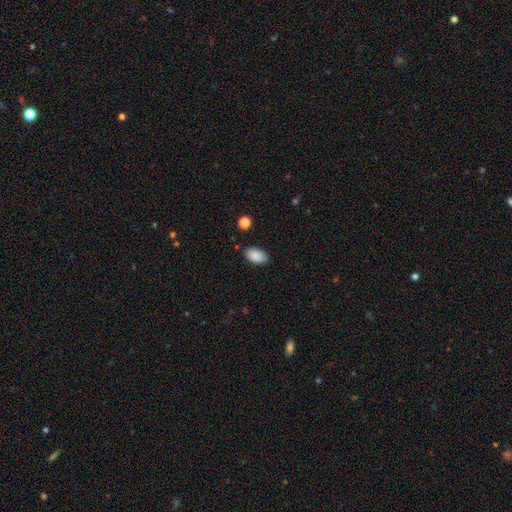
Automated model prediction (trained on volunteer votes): This appears to be a smooth galaxy with no disk features (89%) that is in between round and cigar-shaped (94%). Merging: none (86%).